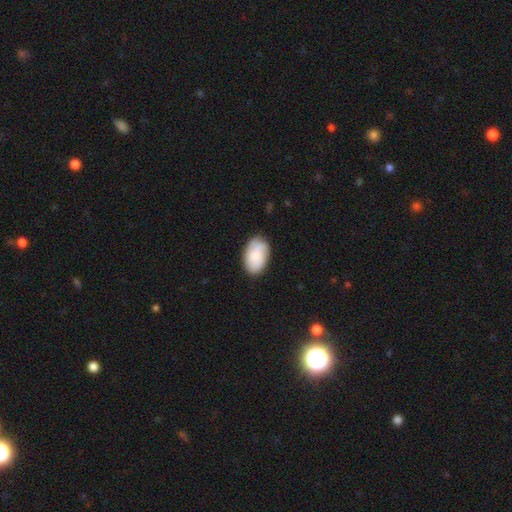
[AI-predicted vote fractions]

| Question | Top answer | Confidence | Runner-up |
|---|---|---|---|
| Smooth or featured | smooth | 73% | featured or disk (21%) |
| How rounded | in between | 91% | round (7%) |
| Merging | none | 78% | minor disturbance (17%) |